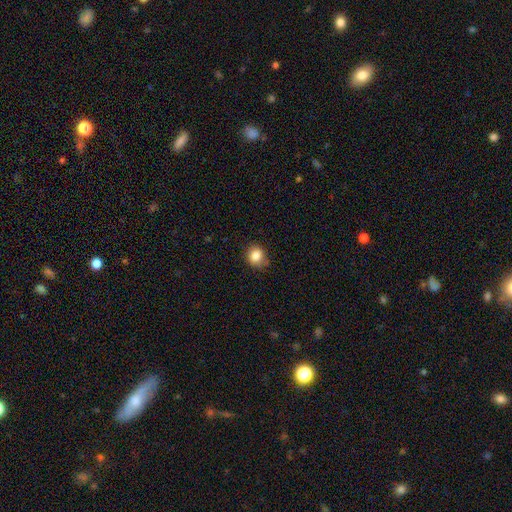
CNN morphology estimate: Smooth or featured: smooth — 85% (star or artifact — 10%)
How rounded: round — 75% (in between — 24%)
Merging: none — 78% (minor disturbance — 17%)